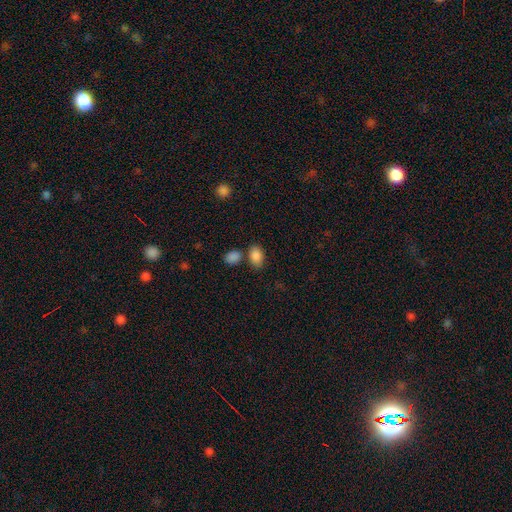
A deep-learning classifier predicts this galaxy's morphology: smooth-or-featured: smooth: 86% | star or artifact: 9% | featured or disk: 5%
  how-rounded: in between: 86% | round: 13% | cigar-shaped: 1%
  merging: none: 68% | merger: 16% | minor disturbance: 12% | major disturbance: 4%